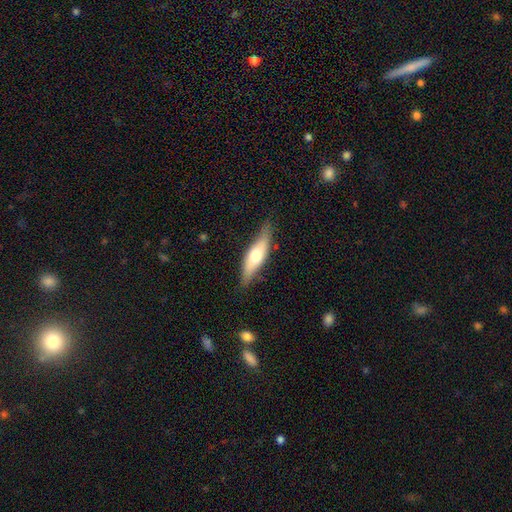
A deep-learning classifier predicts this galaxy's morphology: smooth-or-featured: smooth: 50% | featured or disk: 45% | star or artifact: 5%
  merging: none: 77% | minor disturbance: 18% | major disturbance: 4% | merger: 1%